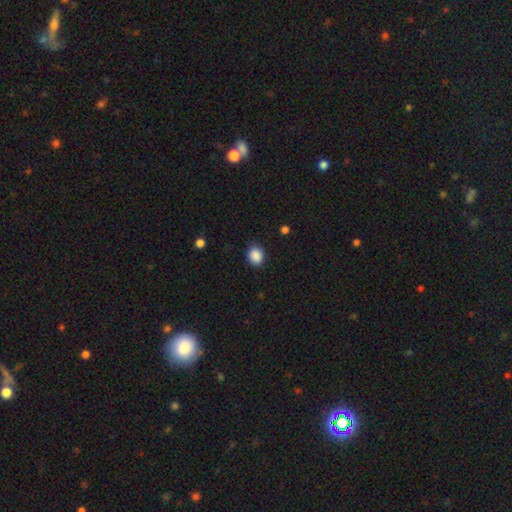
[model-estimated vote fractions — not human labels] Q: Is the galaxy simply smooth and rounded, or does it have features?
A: smooth — 88%.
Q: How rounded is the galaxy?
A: round — 59%.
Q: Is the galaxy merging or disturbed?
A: none — 84%.